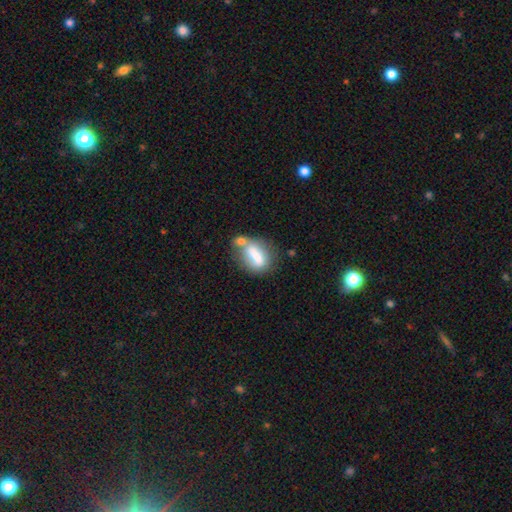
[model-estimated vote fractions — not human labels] A smooth galaxy with no disk features (62%) that is in between round and cigar-shaped (66%).

Vote fractions:
- Smooth or featured? smooth: 62% / featured or disk: 30% / star or artifact: 8%
- How rounded? in between: 66% / cigar-shaped: 19% / round: 16%
- Merging? merger: 41% / none: 31% / minor disturbance: 17% / major disturbance: 11%